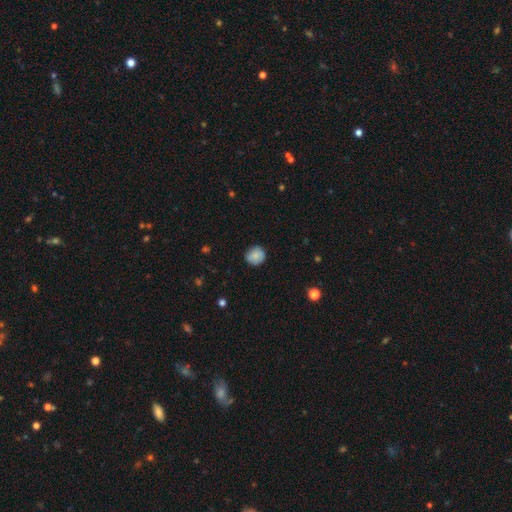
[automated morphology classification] This appears to be a smooth galaxy with no disk features (81%) that is round (88%). Merging: none (80%).